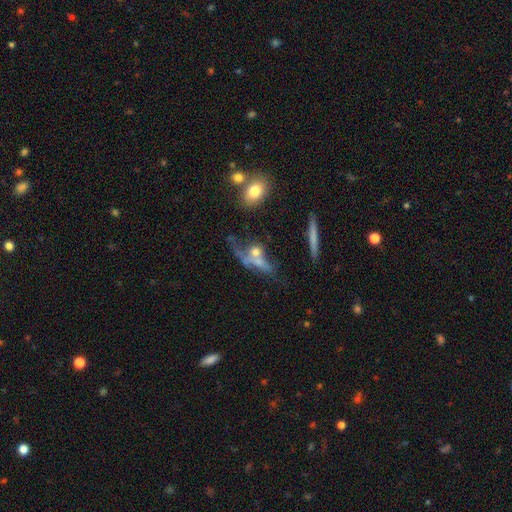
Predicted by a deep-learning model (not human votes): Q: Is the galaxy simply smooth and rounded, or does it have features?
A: smooth — 46%.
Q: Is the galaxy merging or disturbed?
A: merger — 33%.